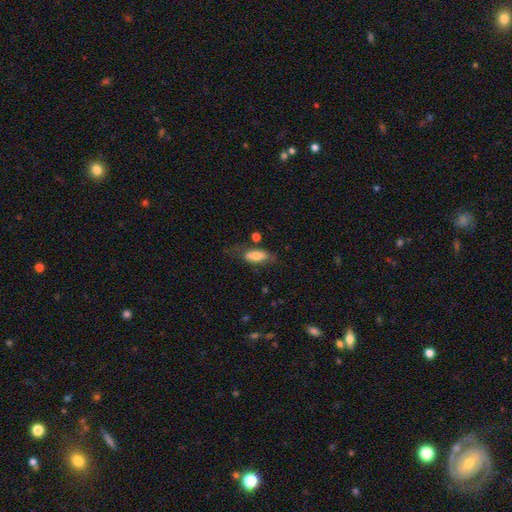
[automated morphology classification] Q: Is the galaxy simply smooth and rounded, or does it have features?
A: smooth — 71%.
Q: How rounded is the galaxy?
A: in between — 76%.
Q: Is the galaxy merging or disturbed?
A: none — 53%.